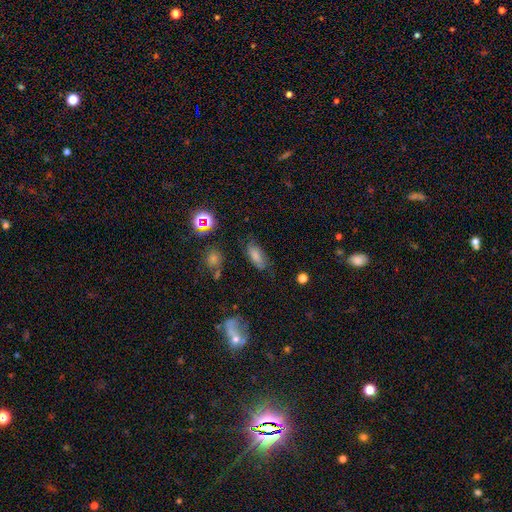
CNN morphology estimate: Overall: smooth (72%). How rounded: in between (79%). Merging: none (69%).